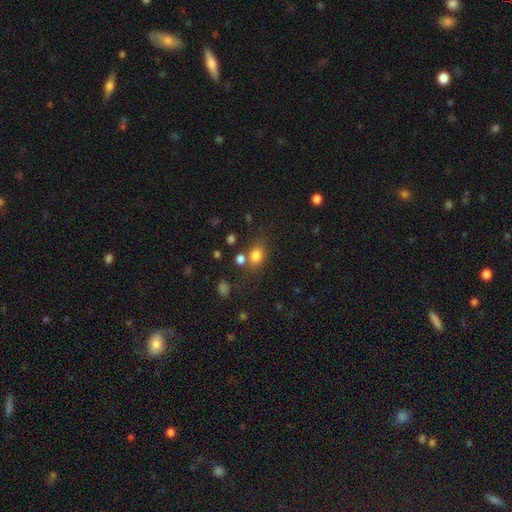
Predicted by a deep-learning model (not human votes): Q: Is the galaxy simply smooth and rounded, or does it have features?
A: smooth — 80%.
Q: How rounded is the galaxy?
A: in between — 60%.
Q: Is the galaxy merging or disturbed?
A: none — 63%.